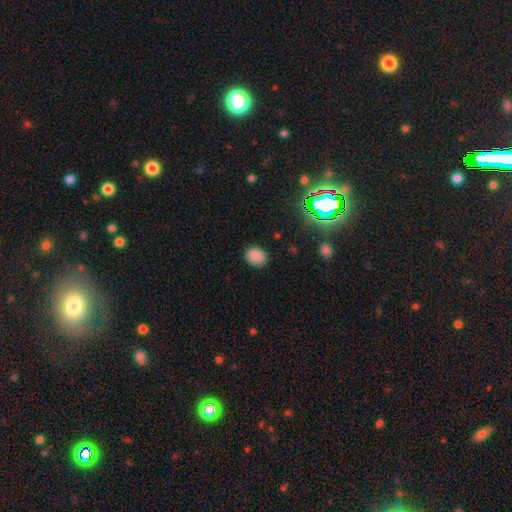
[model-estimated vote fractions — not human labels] A smooth galaxy with no disk features (85%) that is round (51%).

Vote fractions:
- Smooth or featured? smooth: 85% / star or artifact: 12% / featured or disk: 4%
- How rounded? round: 51% / in between: 48% / cigar-shaped: 1%
- Merging? none: 86% / minor disturbance: 10% / major disturbance: 3% / merger: 1%